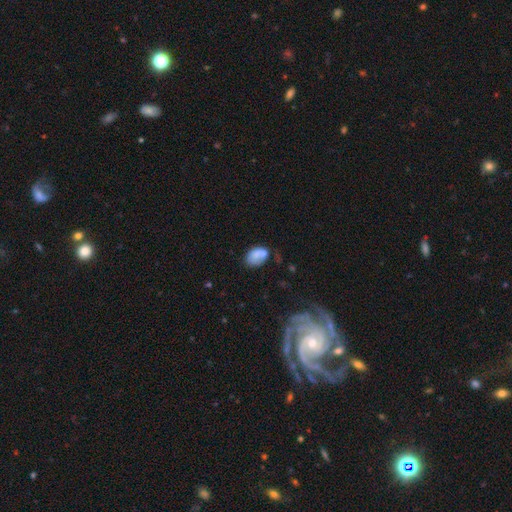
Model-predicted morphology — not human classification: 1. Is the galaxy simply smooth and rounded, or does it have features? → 77% smooth, 14% featured or disk, 9% star or artifact.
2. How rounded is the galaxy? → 79% in between, 19% round, 1% cigar-shaped.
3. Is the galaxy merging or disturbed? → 42% none, 28% minor disturbance, 17% merger, 13% major disturbance.